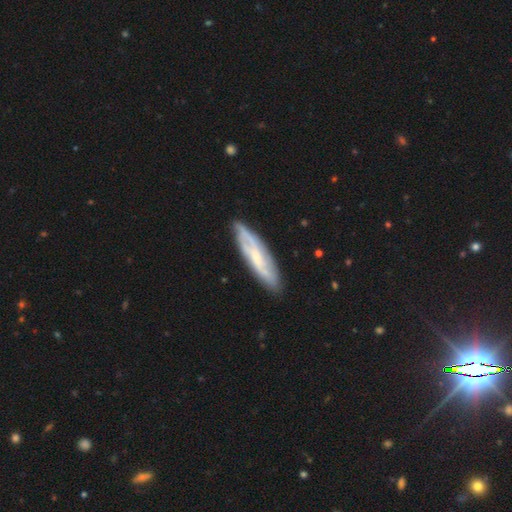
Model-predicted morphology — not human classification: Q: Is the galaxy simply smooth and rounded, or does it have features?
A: featured or disk — 61%.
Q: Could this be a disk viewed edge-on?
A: no — 62%.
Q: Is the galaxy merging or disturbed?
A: none — 81%.